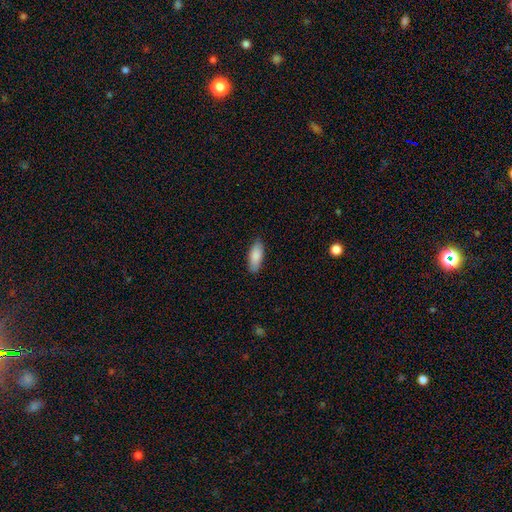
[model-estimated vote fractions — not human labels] The model was most divided on "how rounded": in between: 78%, cigar-shaped: 20%, round: 2%. More confident: smooth or featured — smooth (88%); merging — none (85%).